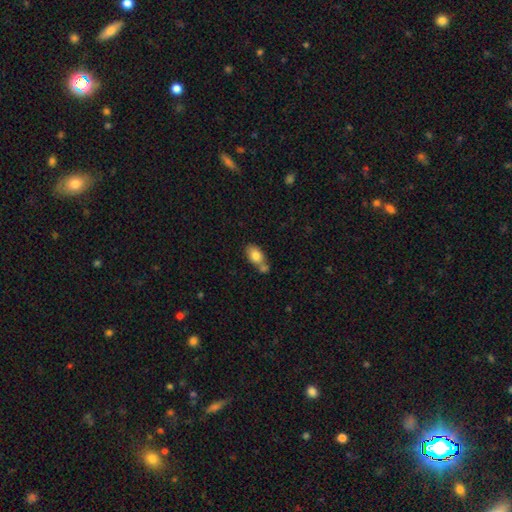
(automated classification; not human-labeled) smooth_or_featured: smooth (p=0.80) [alt: featured or disk p=0.13]
how_rounded: in between (p=0.88) [alt: round p=0.10]
merging: none (p=0.43) [alt: merger p=0.40]